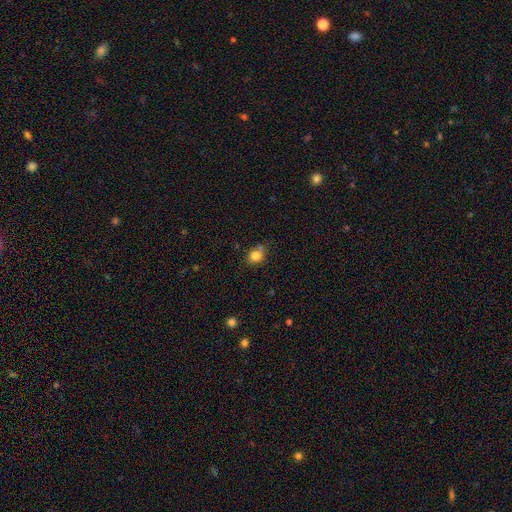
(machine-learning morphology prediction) Smooth or featured?
  - smooth: 82% *
  - star or artifact: 11%
  - featured or disk: 7%
How rounded?
  - round: 61% *
  - in between: 38%
  - cigar-shaped: 1%
Merging?
  - none: 63% *
  - minor disturbance: 26%
  - major disturbance: 6%
  - merger: 5%